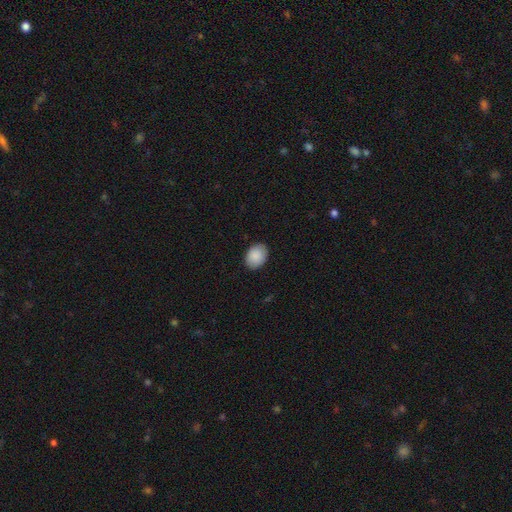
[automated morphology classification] A smooth galaxy with no disk features (90%) that is in between round and cigar-shaped (68%).

Vote fractions:
- Smooth or featured? smooth: 90% / star or artifact: 7% / featured or disk: 4%
- How rounded? in between: 68% / round: 32% / cigar-shaped: 1%
- Merging? none: 87% / minor disturbance: 10% / major disturbance: 2% / merger: 1%